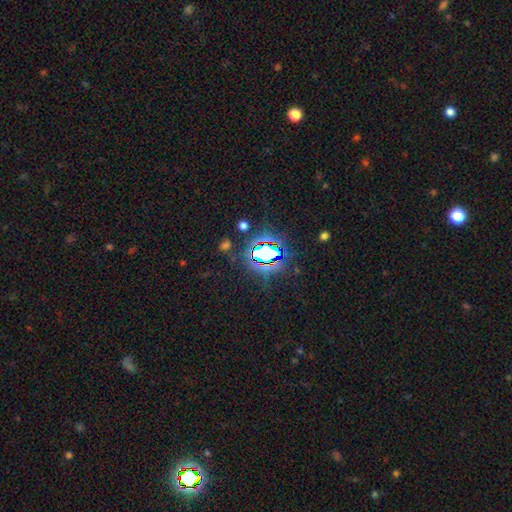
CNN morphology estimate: Smooth or featured?
  - star or artifact: 78% *
  - smooth: 13%
  - featured or disk: 9%